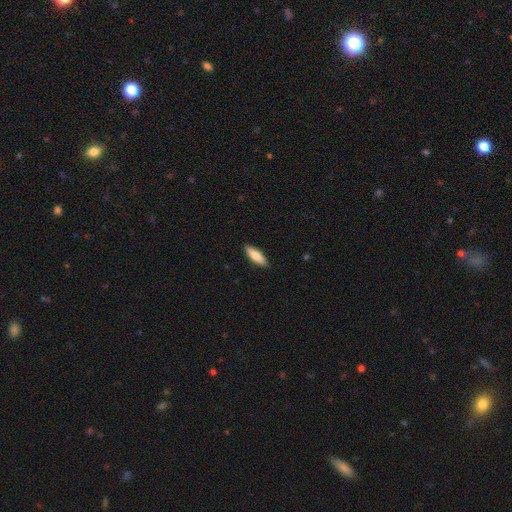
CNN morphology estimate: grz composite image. It shows a smooth galaxy with no disk features (81%) that is in between round and cigar-shaped (52%). Merging: none (90%).